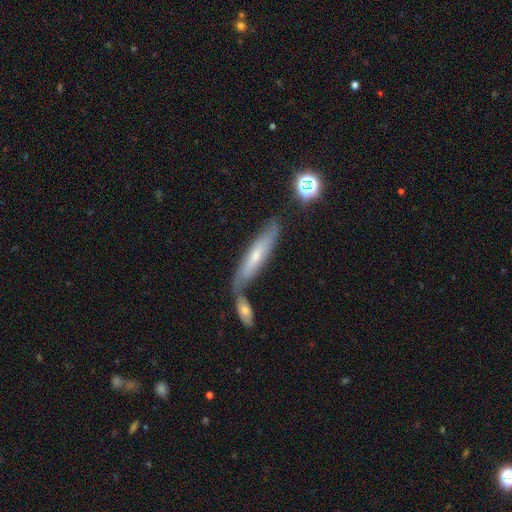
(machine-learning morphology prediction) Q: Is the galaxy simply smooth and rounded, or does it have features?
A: featured or disk — 48%.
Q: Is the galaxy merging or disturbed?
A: none — 49%.